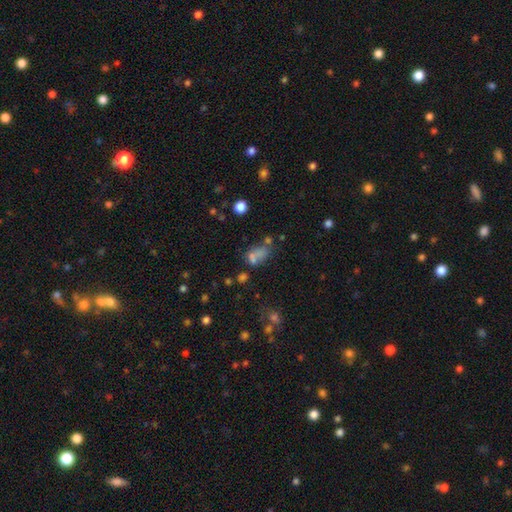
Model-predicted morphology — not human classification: The model was most divided on "merging": merger: 39%, none: 31%, minor disturbance: 16%, major disturbance: 14%. More confident: how rounded — in between (75%); smooth or featured — smooth (64%).